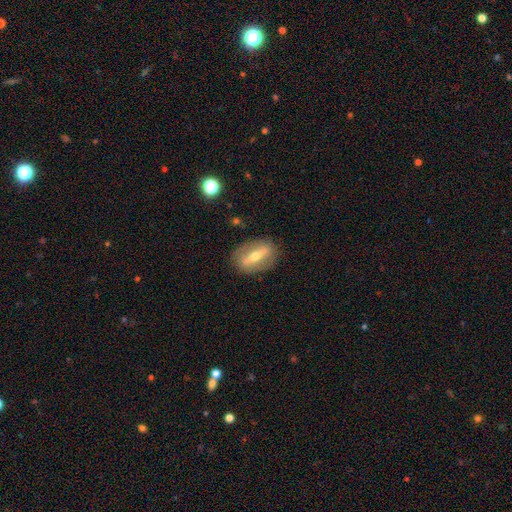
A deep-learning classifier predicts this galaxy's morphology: Smooth or featured?
  - featured or disk: 66% *
  - smooth: 27%
  - star or artifact: 7%
Edge-on disk?
  - no: 68% *
  - yes: 32%
Merging?
  - none: 84% *
  - minor disturbance: 11%
  - major disturbance: 4%
  - merger: 1%